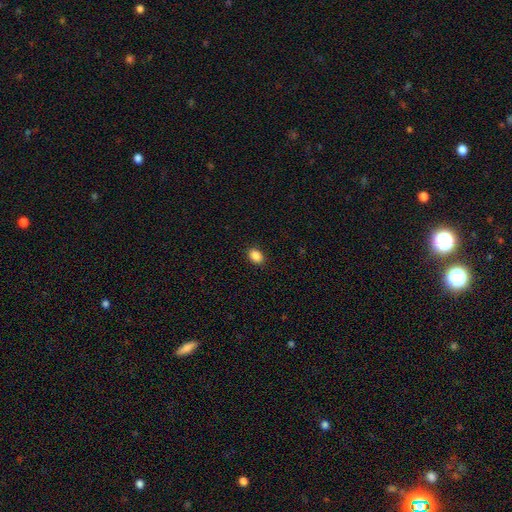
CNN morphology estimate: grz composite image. It shows a smooth galaxy with no disk features (88%) that is in between round and cigar-shaped (76%). Merging: none (90%).